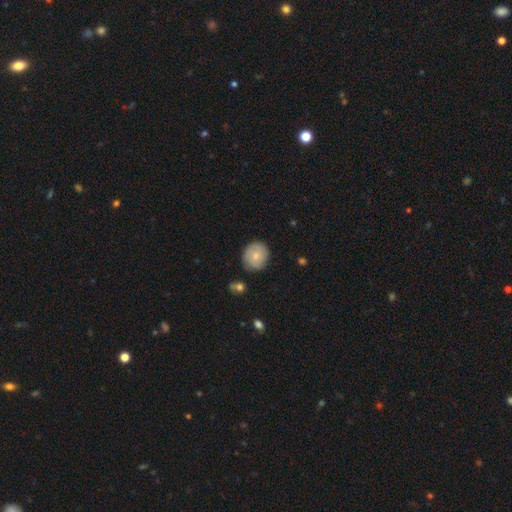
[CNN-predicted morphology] A smooth galaxy with no disk features (68%) that is round (83%).

Vote fractions:
- Smooth or featured? smooth: 68% / featured or disk: 25% / star or artifact: 7%
- How rounded? round: 83% / in between: 16% / cigar-shaped: 1%
- Merging? none: 80% / minor disturbance: 15% / major disturbance: 3% / merger: 2%